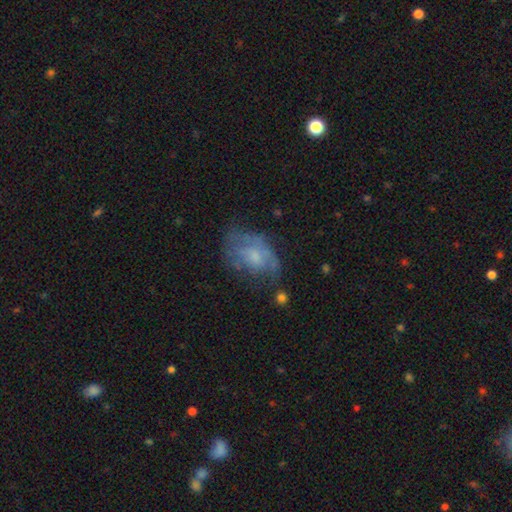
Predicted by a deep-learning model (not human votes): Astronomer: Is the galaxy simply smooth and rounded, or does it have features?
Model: featured or disk — 50% (runner-up: smooth, 39%).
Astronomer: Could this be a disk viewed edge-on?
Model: no — 95%.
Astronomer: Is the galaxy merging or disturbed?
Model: none — 45% (runner-up: minor disturbance, 27%).